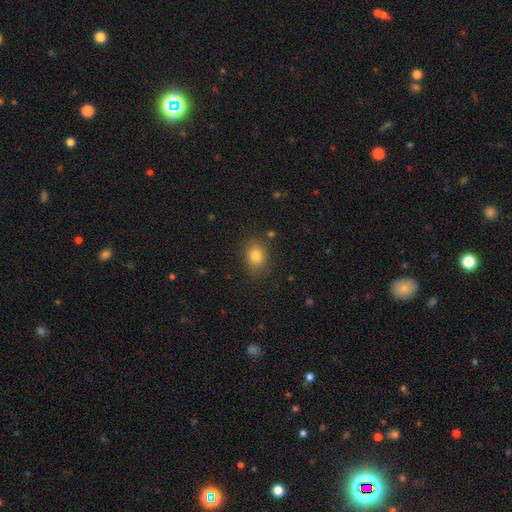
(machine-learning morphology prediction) This is clearly a smooth galaxy (81%). How rounded: possibly in between (55%). Merging: clearly none (83%).